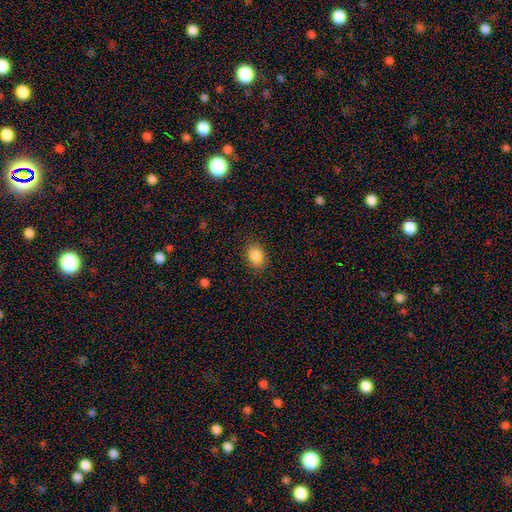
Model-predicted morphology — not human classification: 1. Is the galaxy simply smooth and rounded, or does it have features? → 87% smooth, 9% star or artifact, 4% featured or disk.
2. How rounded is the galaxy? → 70% in between, 29% round, 1% cigar-shaped.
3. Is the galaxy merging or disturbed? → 87% none, 10% minor disturbance, 3% major disturbance, 1% merger.